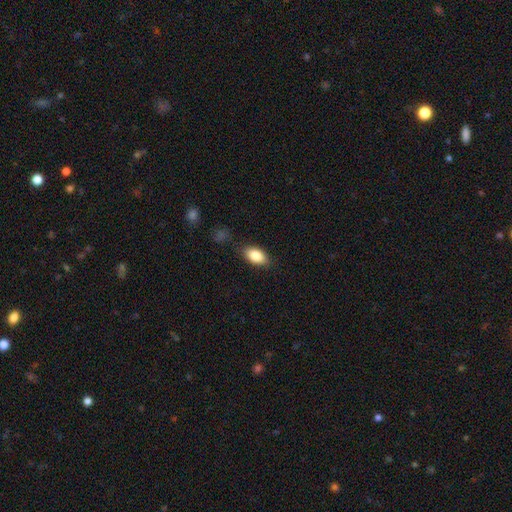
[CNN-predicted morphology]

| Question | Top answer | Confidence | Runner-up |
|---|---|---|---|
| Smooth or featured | smooth | 85% | featured or disk (8%) |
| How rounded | in between | 91% | round (6%) |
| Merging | none | 83% | minor disturbance (12%) |